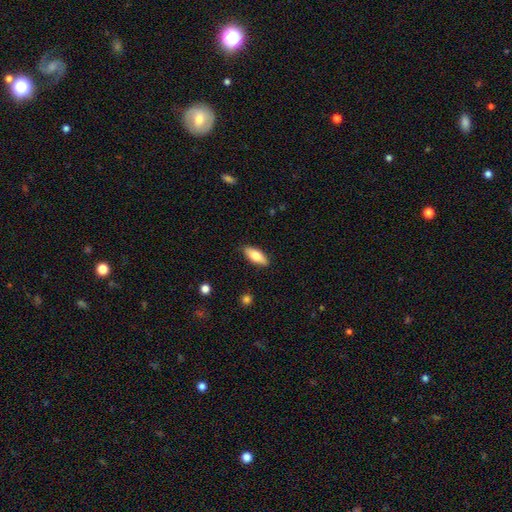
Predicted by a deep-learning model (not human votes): smooth_or_featured: smooth (p=0.76) [alt: featured or disk p=0.18]
how_rounded: in between (p=0.77) [alt: cigar-shaped p=0.20]
merging: none (p=0.87) [alt: minor disturbance p=0.10]